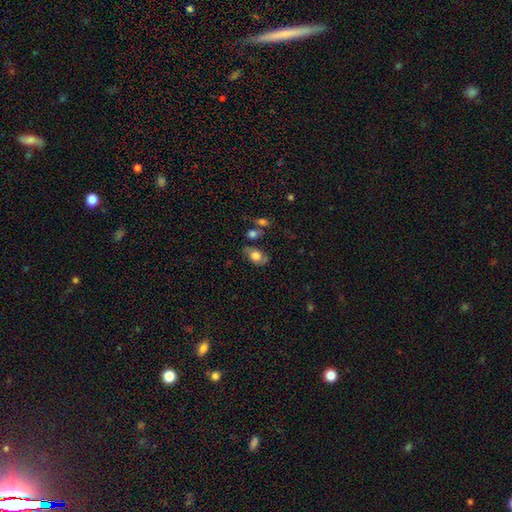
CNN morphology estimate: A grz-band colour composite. It shows a smooth galaxy with no disk features (63%) that is in between round and cigar-shaped (79%). Merging: none (62%).